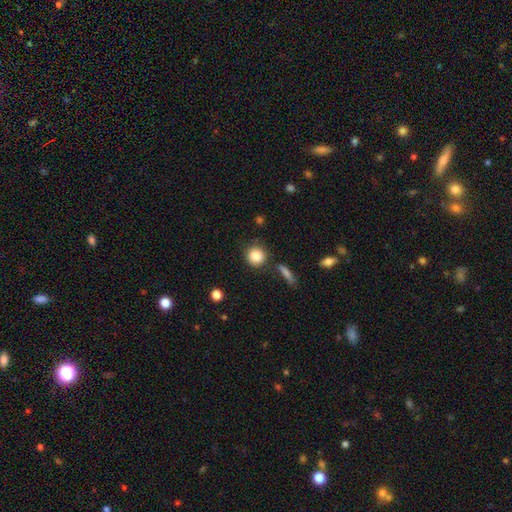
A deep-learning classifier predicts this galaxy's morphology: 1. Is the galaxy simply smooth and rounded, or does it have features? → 86% smooth, 9% star or artifact, 6% featured or disk.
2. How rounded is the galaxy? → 89% round, 9% in between, 1% cigar-shaped.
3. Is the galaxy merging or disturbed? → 82% none, 10% minor disturbance, 5% merger, 3% major disturbance.